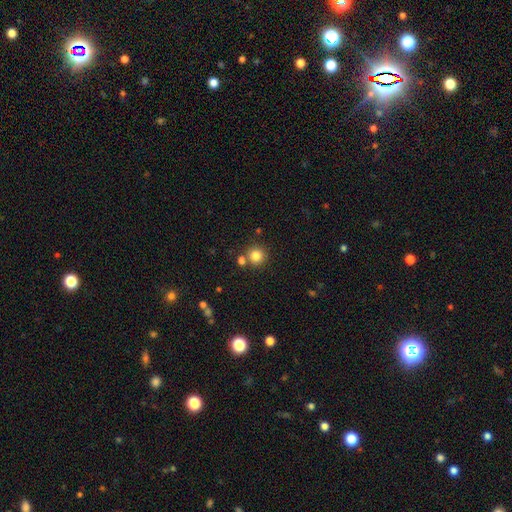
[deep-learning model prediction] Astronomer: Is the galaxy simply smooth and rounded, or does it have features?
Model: smooth — 82%.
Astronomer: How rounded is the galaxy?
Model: round — 93%.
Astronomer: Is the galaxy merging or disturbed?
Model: none — 76%.